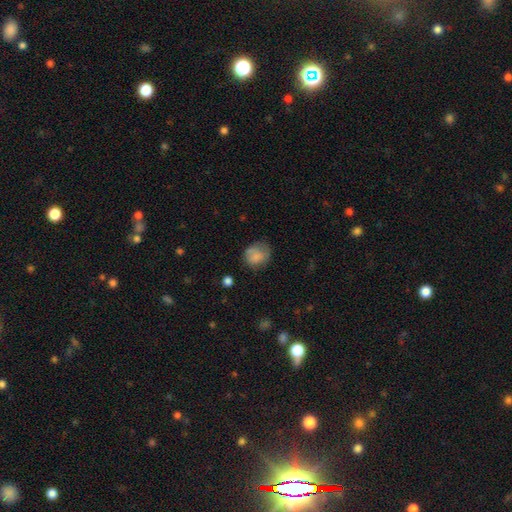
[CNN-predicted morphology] Smooth or featured: smooth — 76% (featured or disk — 15%)
How rounded: round — 68% (in between — 31%)
Merging: none — 57% (minor disturbance — 27%)